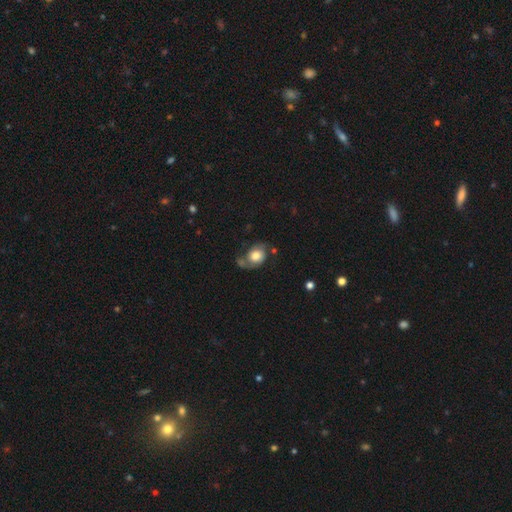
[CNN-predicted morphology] Smooth or featured: smooth — 55% (featured or disk — 37%)
How rounded: in between — 54% (round — 45%)
Merging: none — 43% (minor disturbance — 26%)